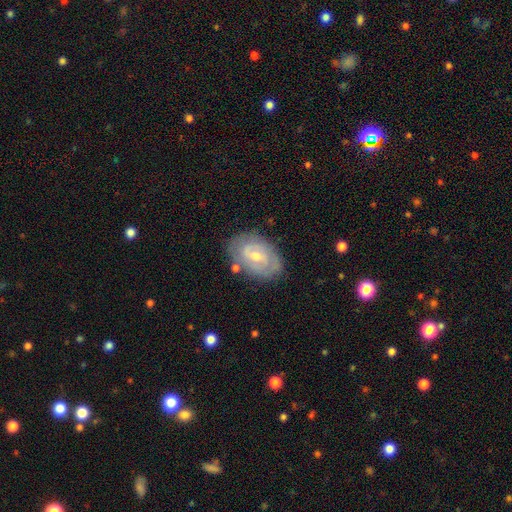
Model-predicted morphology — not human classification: Smooth or featured?
  - featured or disk: 73% *
  - smooth: 21%
  - star or artifact: 6%
Edge-on disk?
  - no: 96% *
  - yes: 4%
Bar?
  - weak: 49% *
  - no: 39%
  - strong: 12%
Spiral arms?
  - yes: 78% *
  - no: 22%
Spiral winding?
  - tight: 60% *
  - medium: 30%
  - loose: 10%
Spiral arm count?
  - 2: 51% *
  - can't tell: 33%
  - 3: 7%
  - 1: 5%
  - 4: 2%
  - more than 4: 2%
Bulge size?
  - small: 50% *
  - moderate: 46%
  - large: 2%
  - none: 2%
  - dominant: 1%
Merging?
  - none: 75% *
  - minor disturbance: 17%
  - major disturbance: 5%
  - merger: 3%